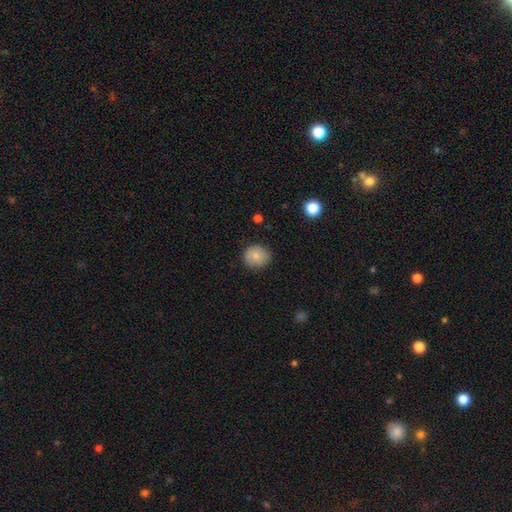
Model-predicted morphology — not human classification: A smooth galaxy with no disk features (81%) that is round (85%).

Vote fractions:
- Smooth or featured? smooth: 81% / featured or disk: 10% / star or artifact: 9%
- How rounded? round: 85% / in between: 14% / cigar-shaped: 1%
- Merging? none: 83% / minor disturbance: 13% / major disturbance: 3% / merger: 1%